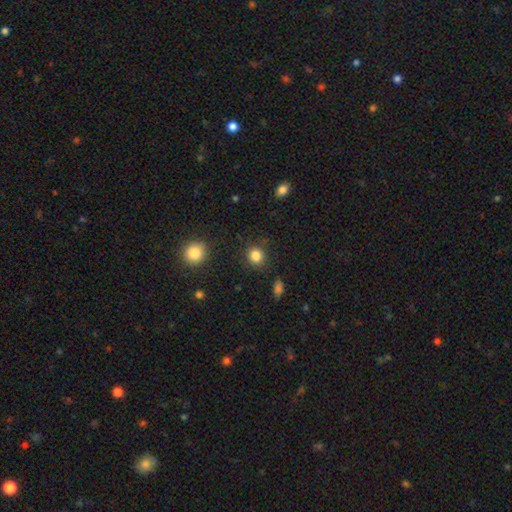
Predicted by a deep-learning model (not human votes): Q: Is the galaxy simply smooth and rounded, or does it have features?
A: smooth — 85%.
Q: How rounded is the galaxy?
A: round — 83%.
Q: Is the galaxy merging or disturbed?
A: none — 87%.